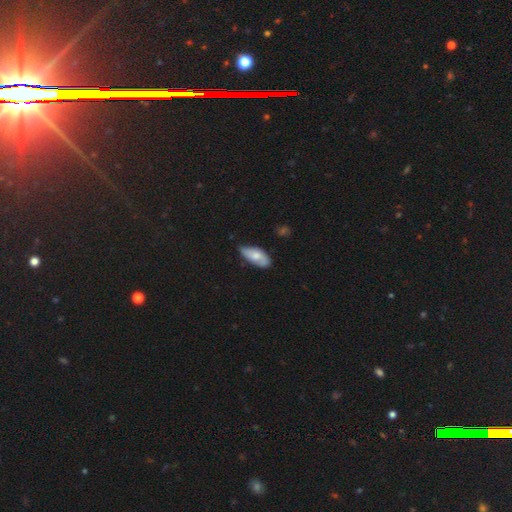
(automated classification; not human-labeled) Smooth or featured? Predicted: smooth (p=0.65). How rounded? Predicted: in between (p=0.89). Merging? Predicted: none (p=0.57).